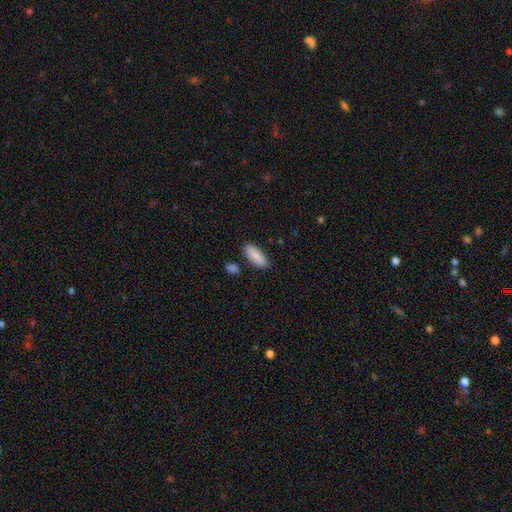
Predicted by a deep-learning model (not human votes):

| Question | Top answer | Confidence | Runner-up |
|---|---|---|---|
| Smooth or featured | smooth | 86% | featured or disk (8%) |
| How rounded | in between | 79% | cigar-shaped (19%) |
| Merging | none | 82% | minor disturbance (12%) |